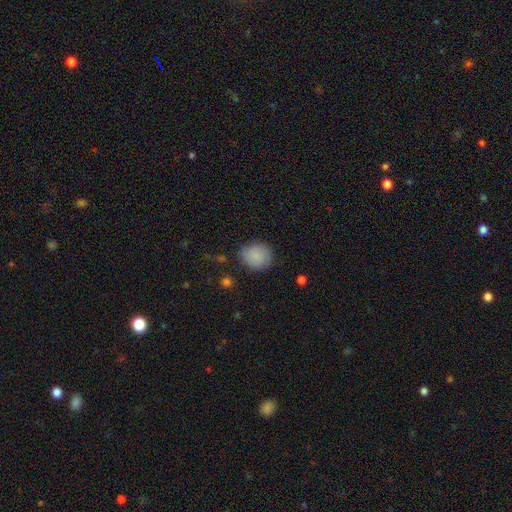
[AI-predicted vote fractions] Smooth or featured: smooth — 85% (star or artifact — 8%)
How rounded: round — 74% (in between — 25%)
Merging: none — 78% (minor disturbance — 16%)